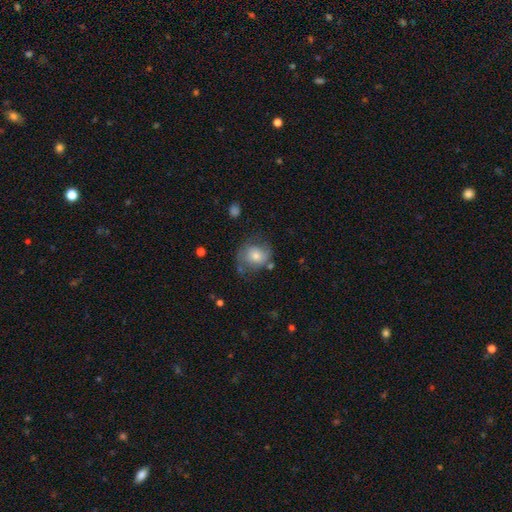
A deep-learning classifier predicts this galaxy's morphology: Smooth or featured? smooth (58%)
How rounded? round (66%)
Merging? none (54%)